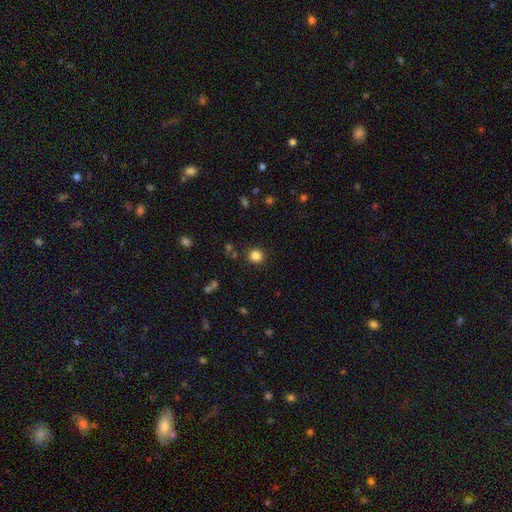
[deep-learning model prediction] Smooth or featured? smooth (83%)
How rounded? round (92%)
Merging? none (89%)